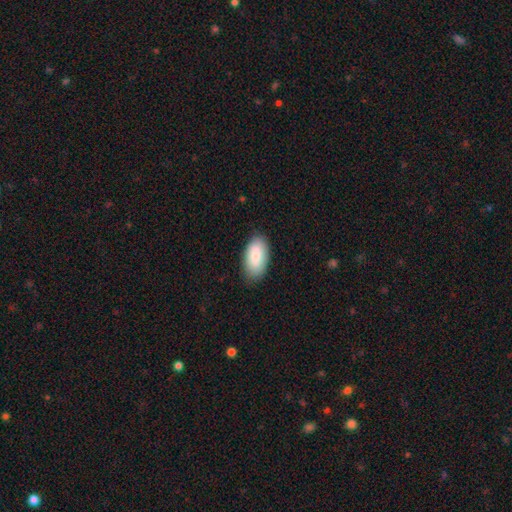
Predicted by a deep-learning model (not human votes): Morphology: type=smooth (85%); roundness=in between (94%); merging=none (84%).